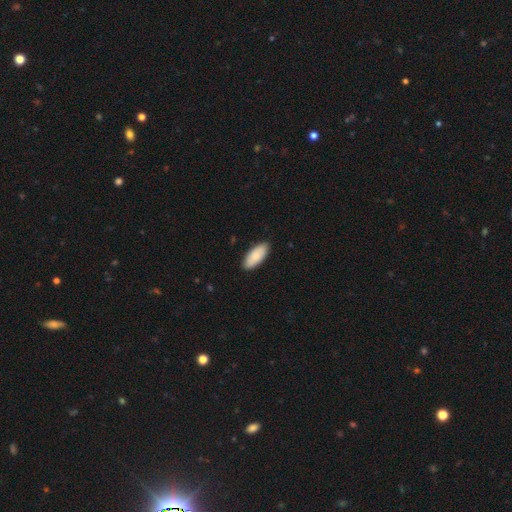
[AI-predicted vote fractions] Smooth or featured? smooth (85%)
How rounded? in between (85%)
Merging? none (89%)